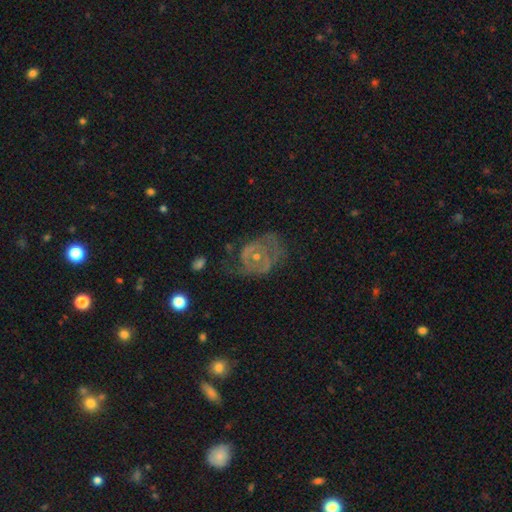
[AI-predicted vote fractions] Smooth or featured?
  - featured or disk: 73% *
  - smooth: 17%
  - star or artifact: 10%
Edge-on disk?
  - no: 97% *
  - yes: 3%
Bar?
  - no: 71% *
  - weak: 24%
  - strong: 6%
Spiral arms?
  - yes: 66% *
  - no: 34%
Bulge size?
  - small: 63% *
  - moderate: 30%
  - none: 4%
  - large: 1%
  - dominant: 1%
Merging?
  - none: 43% *
  - major disturbance: 31%
  - minor disturbance: 24%
  - merger: 3%